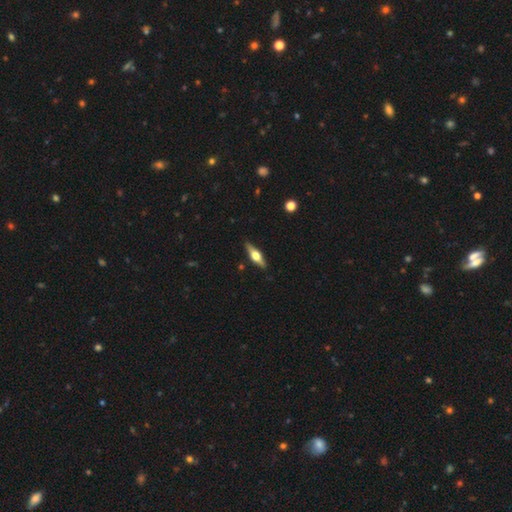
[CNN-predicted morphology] Overall: featured or disk (64%; smooth 31%). Edge-on disk: yes (95%). Edge-on bulge: rounded (94%). Merging: none (88%).